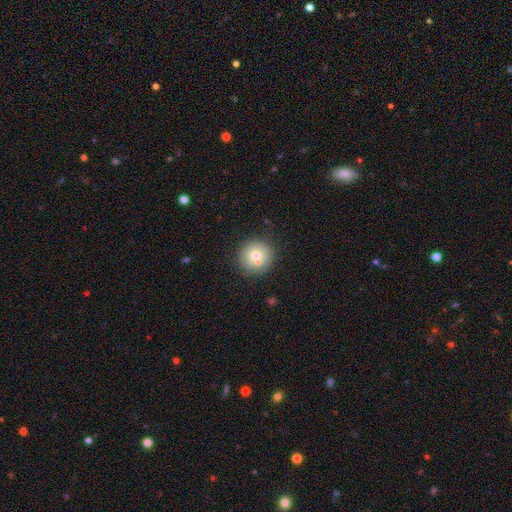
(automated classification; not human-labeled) Smooth or featured?
  - smooth: 71% *
  - featured or disk: 19%
  - star or artifact: 11%
How rounded?
  - round: 94% *
  - in between: 5%
  - cigar-shaped: 1%
Merging?
  - none: 72% *
  - merger: 16%
  - minor disturbance: 10%
  - major disturbance: 3%